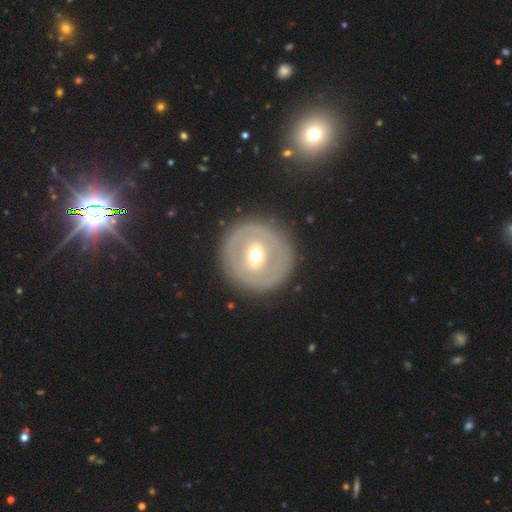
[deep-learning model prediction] A featured or disk galaxy (59%) with no bar (46%), no spiral arms (78%) and a moderate central bulge (71%).

Vote fractions:
- Smooth or featured? featured or disk: 59% / smooth: 34% / star or artifact: 6%
- Edge-on disk? no: 94% / yes: 6%
- Bar? no: 46% / weak: 35% / strong: 19%
- Spiral arms? no: 78% / yes: 22%
- Bulge size? moderate: 71% / small: 20% / large: 7% / dominant: 1% / none: 1%
- Merging? none: 85% / minor disturbance: 9% / major disturbance: 5% / merger: 1%